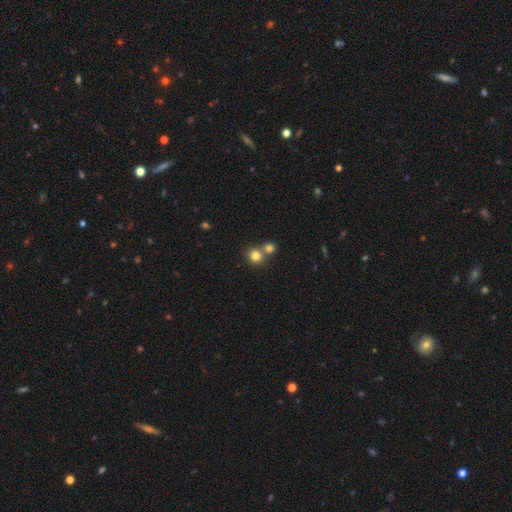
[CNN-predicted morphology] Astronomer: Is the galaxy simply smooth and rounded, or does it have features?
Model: smooth — 81%.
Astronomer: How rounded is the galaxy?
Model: round — 87%.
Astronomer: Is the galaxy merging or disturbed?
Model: none — 51% (runner-up: merger, 40%).